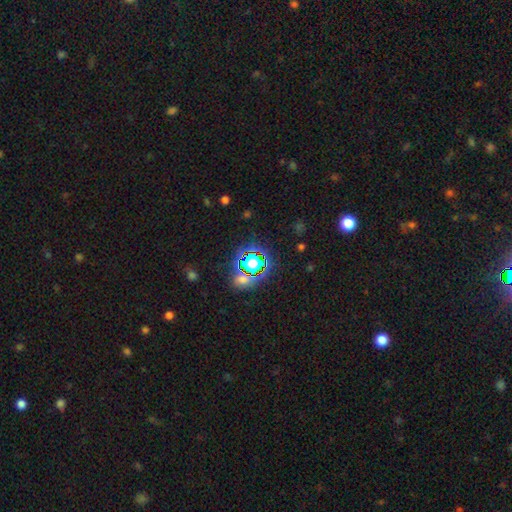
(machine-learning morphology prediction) Overall: star or artifact (60%; smooth 29%).